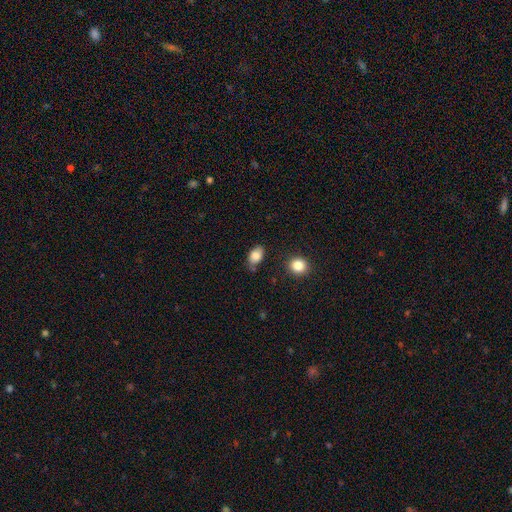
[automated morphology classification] Smooth or featured: smooth — 84% (featured or disk — 8%)
How rounded: in between — 86% (round — 13%)
Merging: none — 70% (minor disturbance — 22%)